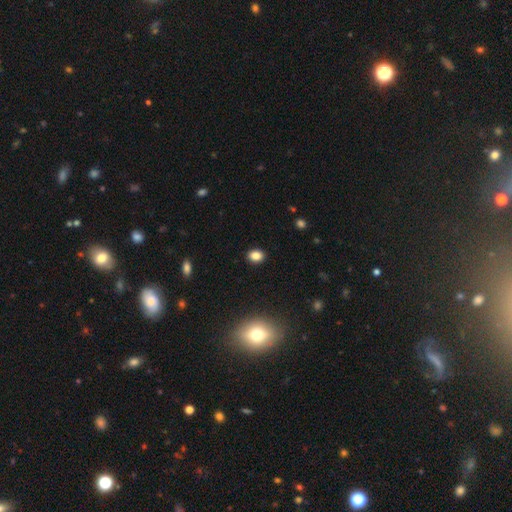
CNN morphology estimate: A smooth galaxy with no disk features (84%) that is in between round and cigar-shaped (60%).

Vote fractions:
- Smooth or featured? smooth: 84% / star or artifact: 11% / featured or disk: 5%
- How rounded? in between: 60% / round: 39% / cigar-shaped: 1%
- Merging? none: 90% / minor disturbance: 7% / major disturbance: 2% / merger: 1%